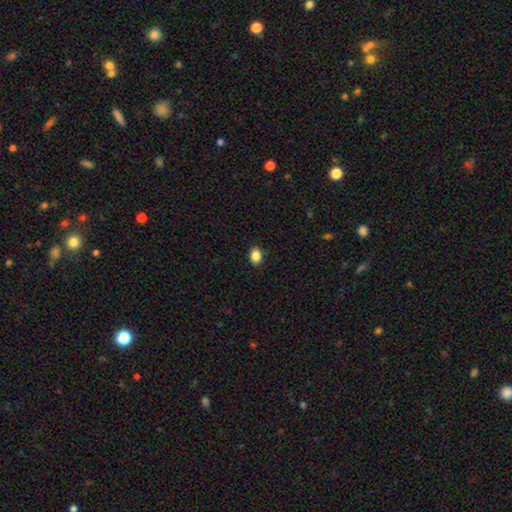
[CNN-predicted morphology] A smooth galaxy with no disk features (87%) that is in between round and cigar-shaped (68%).

Vote fractions:
- Smooth or featured? smooth: 87% / star or artifact: 9% / featured or disk: 4%
- How rounded? in between: 68% / round: 31% / cigar-shaped: 1%
- Merging? none: 91% / minor disturbance: 7% / major disturbance: 2% / merger: 1%